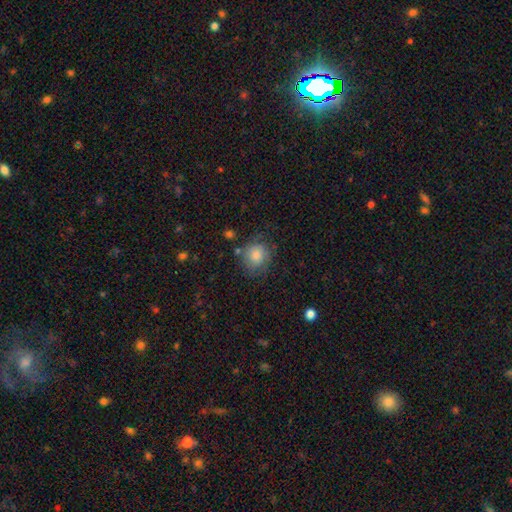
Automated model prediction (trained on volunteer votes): Overall: smooth (76%). How rounded: round (83%). Merging: none (70%).